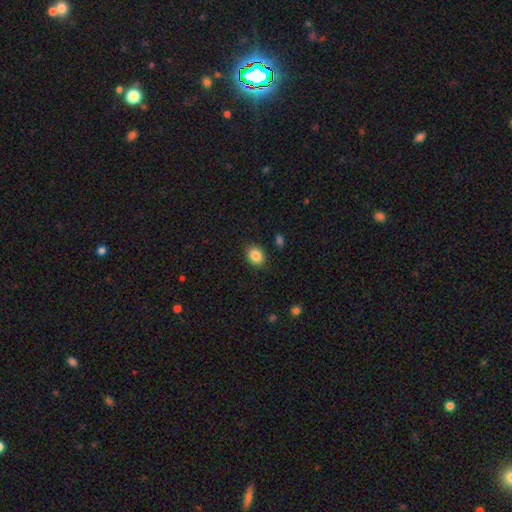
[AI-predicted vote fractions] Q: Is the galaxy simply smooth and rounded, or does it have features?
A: smooth — 86%.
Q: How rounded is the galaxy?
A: in between — 55%.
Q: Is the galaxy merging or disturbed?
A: none — 88%.